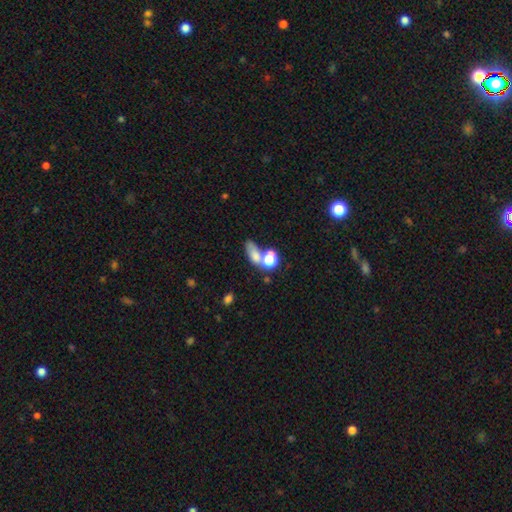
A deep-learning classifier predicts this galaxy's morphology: The model was most divided on "merging": merger: 48%, none: 30%, major disturbance: 11%, minor disturbance: 11%. More confident: smooth or featured — smooth (69%); how rounded — in between (64%).